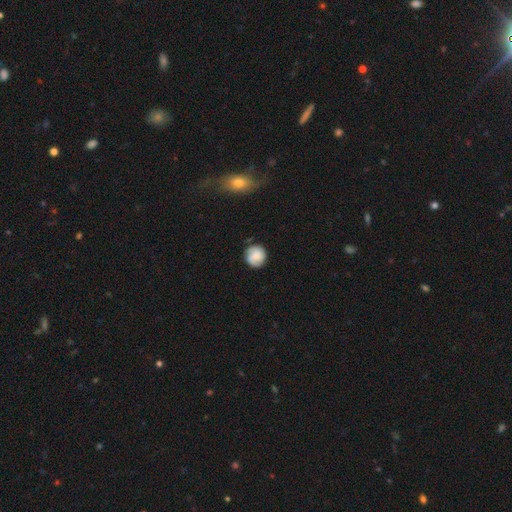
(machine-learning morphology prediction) A smooth galaxy with no disk features (70%) that is round (90%).

Vote fractions:
- Smooth or featured? smooth: 70% / featured or disk: 22% / star or artifact: 8%
- How rounded? round: 90% / in between: 9% / cigar-shaped: 1%
- Merging? none: 77% / minor disturbance: 17% / major disturbance: 4% / merger: 2%